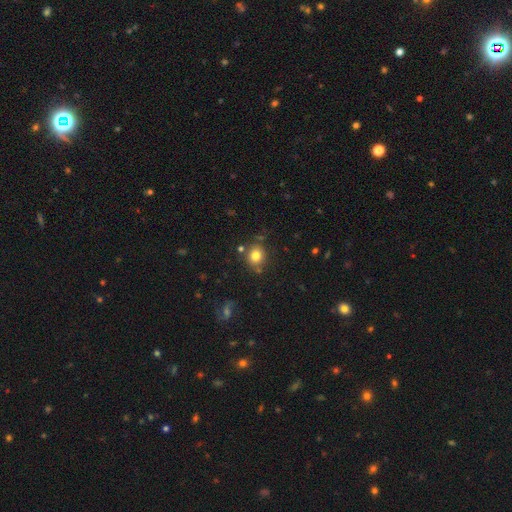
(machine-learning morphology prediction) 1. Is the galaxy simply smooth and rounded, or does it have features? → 80% smooth, 12% star or artifact, 8% featured or disk.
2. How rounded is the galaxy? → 80% round, 20% in between, 1% cigar-shaped.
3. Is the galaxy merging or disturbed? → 79% none, 11% minor disturbance, 6% merger, 3% major disturbance.